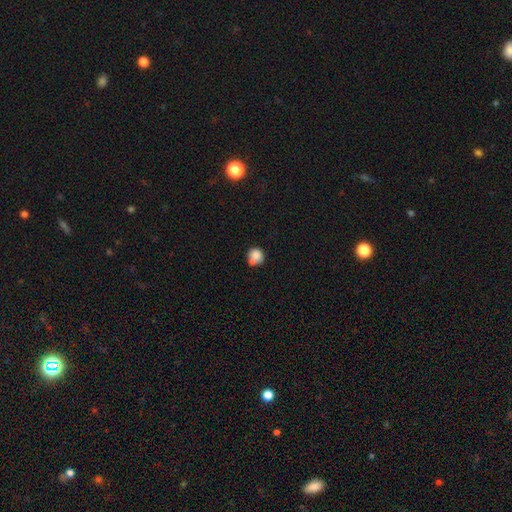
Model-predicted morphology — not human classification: A smooth galaxy with no disk features (82%) that is round (86%).

Vote fractions:
- Smooth or featured? smooth: 82% / star or artifact: 9% / featured or disk: 9%
- How rounded? round: 86% / in between: 13% / cigar-shaped: 1%
- Merging? none: 51% / merger: 29% / minor disturbance: 15% / major disturbance: 5%